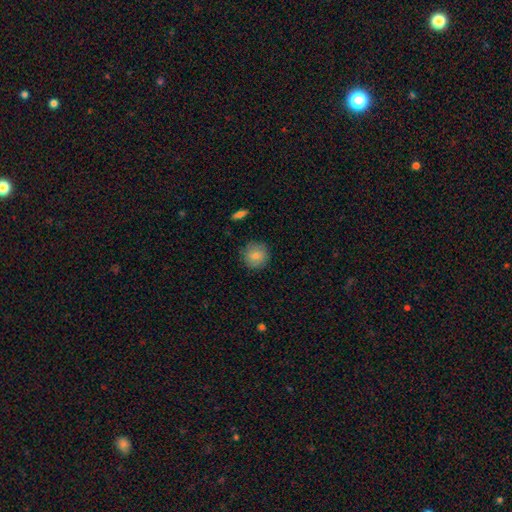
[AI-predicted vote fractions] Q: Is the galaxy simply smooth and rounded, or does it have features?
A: smooth — 83%.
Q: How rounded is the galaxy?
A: round — 93%.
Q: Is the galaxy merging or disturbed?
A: none — 88%.